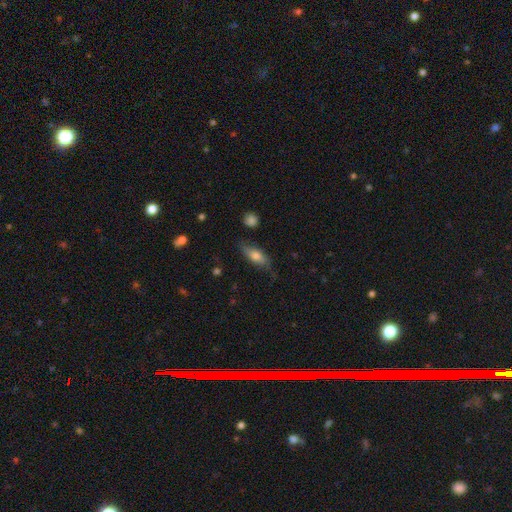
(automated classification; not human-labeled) Smooth or featured?
  - smooth: 70% *
  - featured or disk: 23%
  - star or artifact: 7%
How rounded?
  - in between: 70% *
  - cigar-shaped: 26%
  - round: 3%
Merging?
  - none: 70% *
  - minor disturbance: 22%
  - major disturbance: 5%
  - merger: 2%